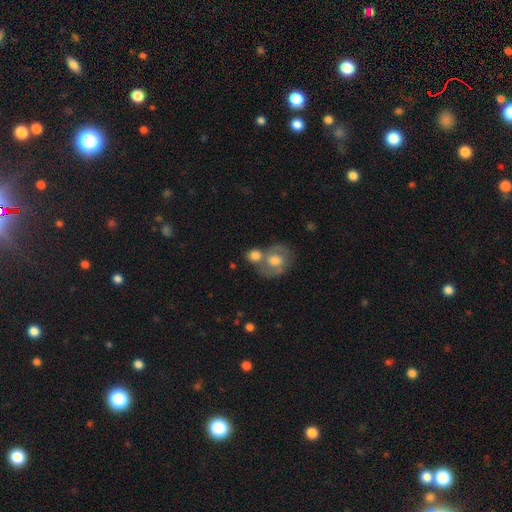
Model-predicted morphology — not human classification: This appears to be a smooth galaxy with no disk features (68%) that is round (65%). Merging: merger (48%).